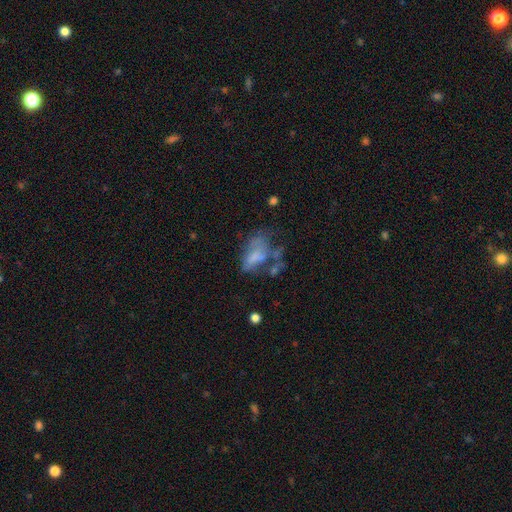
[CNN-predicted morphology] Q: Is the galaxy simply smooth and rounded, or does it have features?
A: smooth — 48%.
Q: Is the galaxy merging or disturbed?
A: major disturbance — 38%.